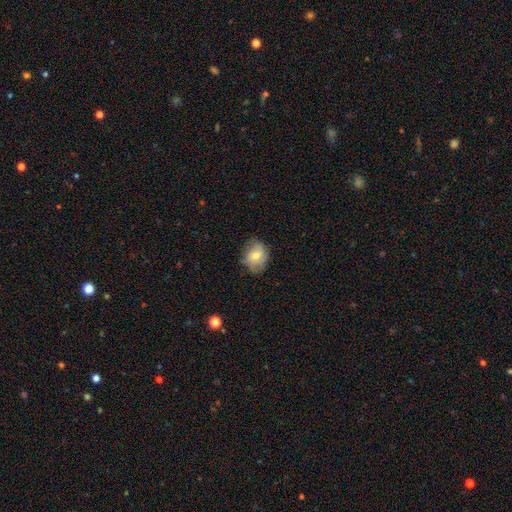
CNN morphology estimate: The model was most divided on "how rounded": round: 54%, in between: 45%, cigar-shaped: 1%. More confident: merging — none (69%); smooth or featured — smooth (62%).